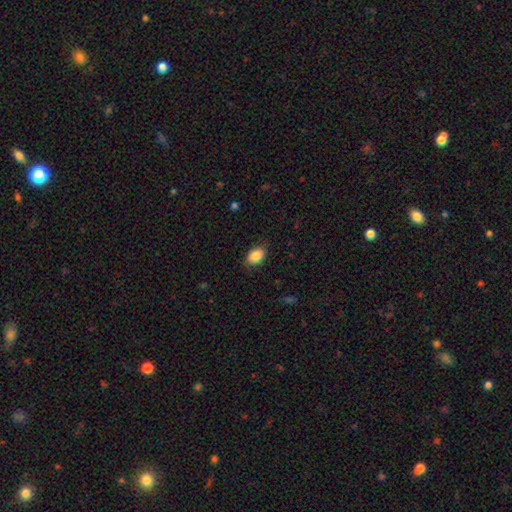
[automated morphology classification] Overall: smooth (87%). How rounded: in between (85%). Merging: none (83%).